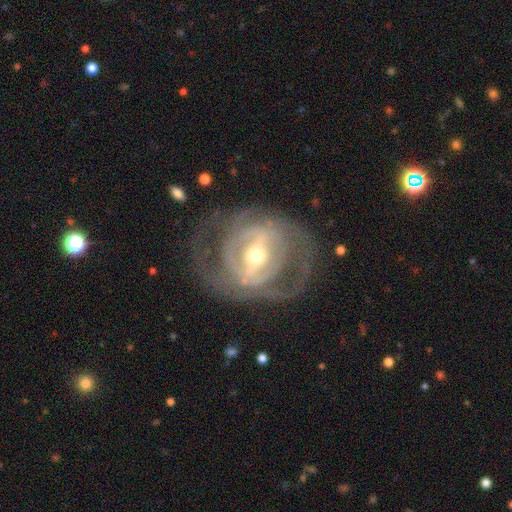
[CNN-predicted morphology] Overall: featured or disk (85%). Edge-on disk: no (95%). Bar: strong (54%; weak 32%). Spiral arms: yes (77%). Spiral arm count: 2 (44%; can't tell 33%). Spiral winding: tight (52%; medium 35%). Bulge size: moderate (53%; small 40%). Merging: none (68%).